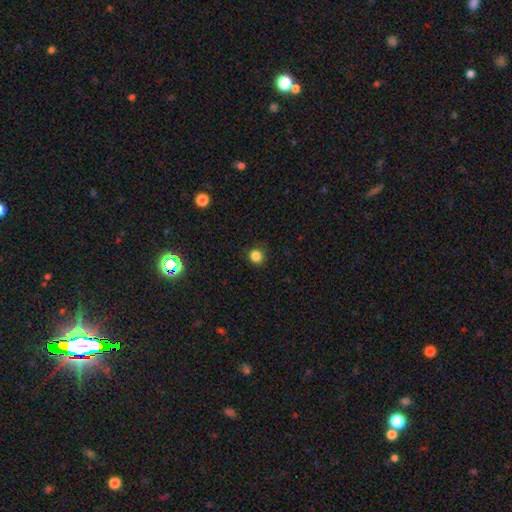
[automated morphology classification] Overall: smooth (84%). How rounded: round (88%). Merging: none (89%).